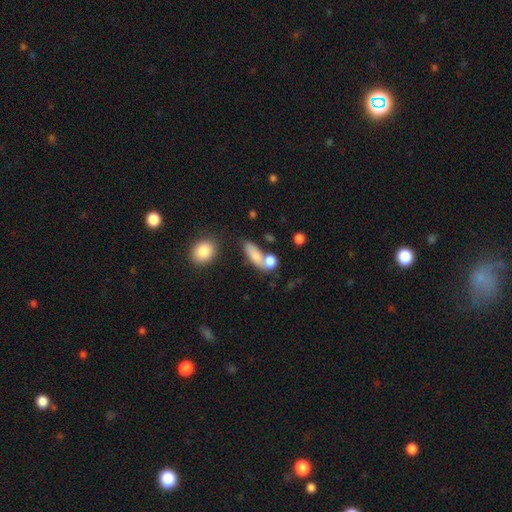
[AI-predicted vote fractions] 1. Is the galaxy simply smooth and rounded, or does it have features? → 79% smooth, 12% featured or disk, 9% star or artifact.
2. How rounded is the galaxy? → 67% in between, 23% cigar-shaped, 11% round.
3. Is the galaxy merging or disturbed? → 44% none, 34% merger, 15% minor disturbance, 8% major disturbance.